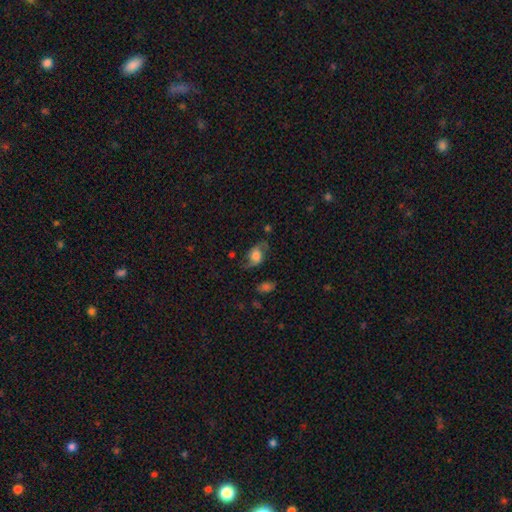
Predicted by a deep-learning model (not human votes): This appears to be a featured or disk galaxy (48%). Merging: none (60%).